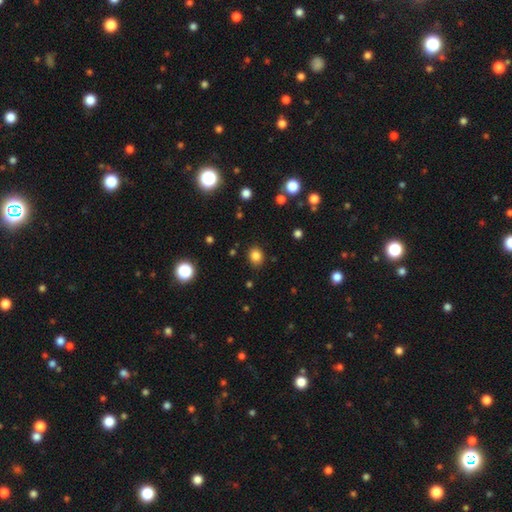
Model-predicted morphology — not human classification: This appears to be a smooth galaxy with no disk features (83%) that is round (64%). Merging: none (87%).